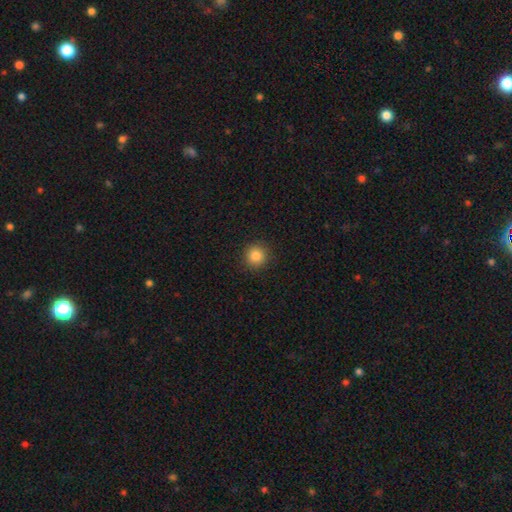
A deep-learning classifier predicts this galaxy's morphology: A smooth galaxy with no disk features (84%) that is round (94%). Merging: none (92%).